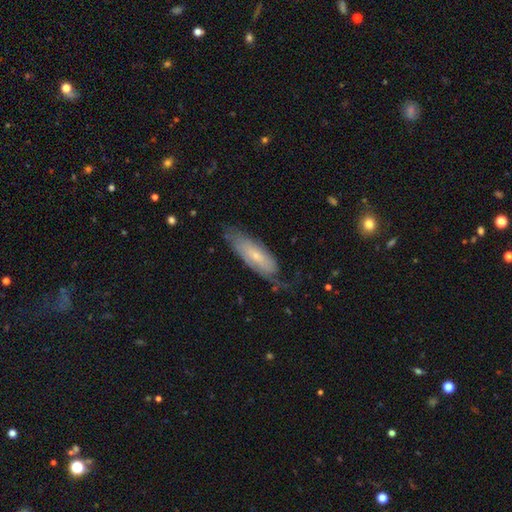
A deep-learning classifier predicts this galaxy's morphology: type=featured or disk (52%); edge-on=no (76%); merging=none (55%).